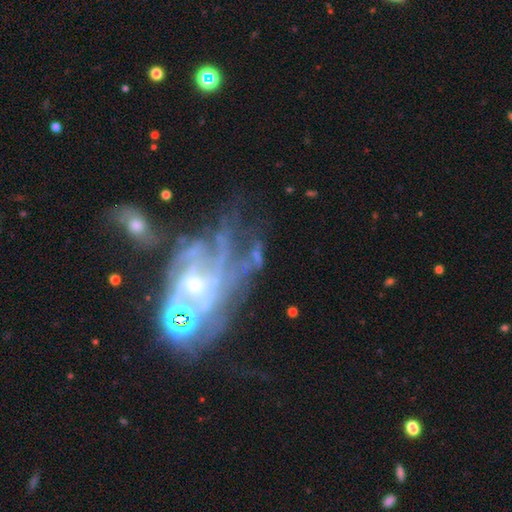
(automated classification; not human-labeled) This is likely a featured or disk galaxy (73%). It is clearly not viewed edge-on (95%). Bar: likely no (62%). Spiral arm pattern: likely yes (75%). Spiral arm count: marginally can't tell (41%). Spiral winding: marginally tight (37%, tied with medium). Central bulge: likely small (61%). Merging: marginally none (40%).